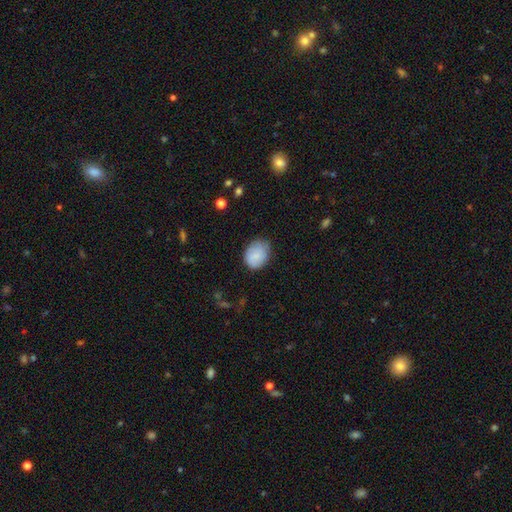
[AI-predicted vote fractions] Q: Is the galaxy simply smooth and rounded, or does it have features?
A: smooth — 84%.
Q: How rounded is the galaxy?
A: in between — 54%.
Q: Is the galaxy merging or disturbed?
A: none — 67%.